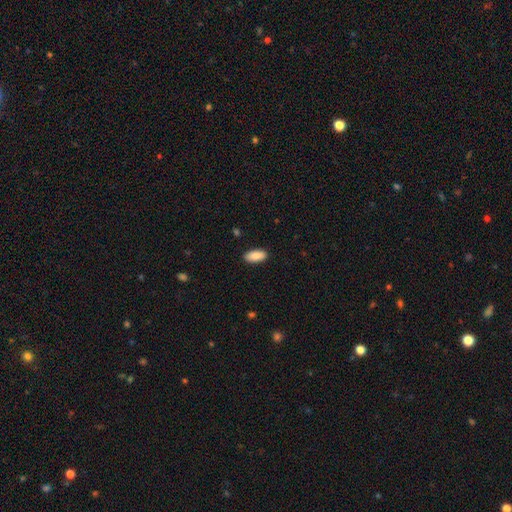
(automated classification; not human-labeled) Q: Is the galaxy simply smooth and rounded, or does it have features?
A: smooth — 89%.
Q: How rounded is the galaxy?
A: in between — 89%.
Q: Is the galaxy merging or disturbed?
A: none — 89%.